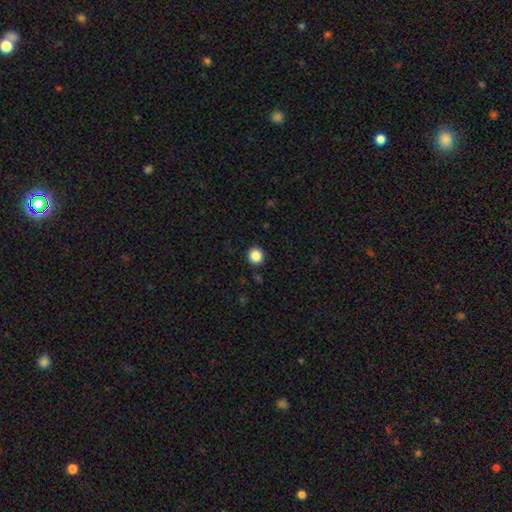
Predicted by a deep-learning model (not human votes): Smooth or featured? smooth (87%)
How rounded? round (92%)
Merging? none (92%)